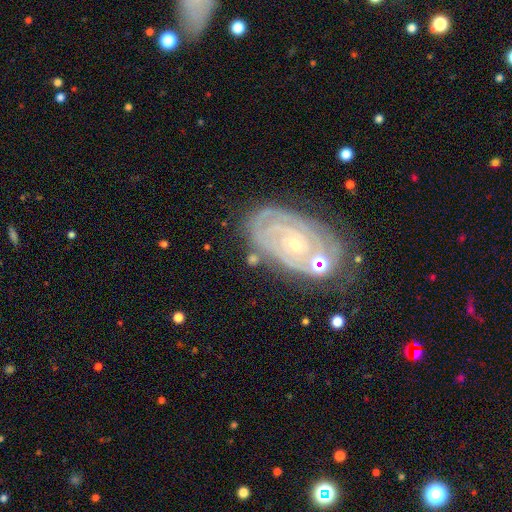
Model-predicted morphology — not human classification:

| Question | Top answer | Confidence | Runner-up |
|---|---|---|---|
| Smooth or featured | featured or disk | 83% | smooth (9%) |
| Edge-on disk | no | 96% | yes (4%) |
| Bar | no | 77% | weak (17%) |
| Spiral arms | yes | 95% | no (5%) |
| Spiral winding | tight | 79% | medium (17%) |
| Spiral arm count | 2 | 35% | can't tell (24%) |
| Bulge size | small | 75% | moderate (21%) |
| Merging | none | 66% | minor disturbance (19%) |